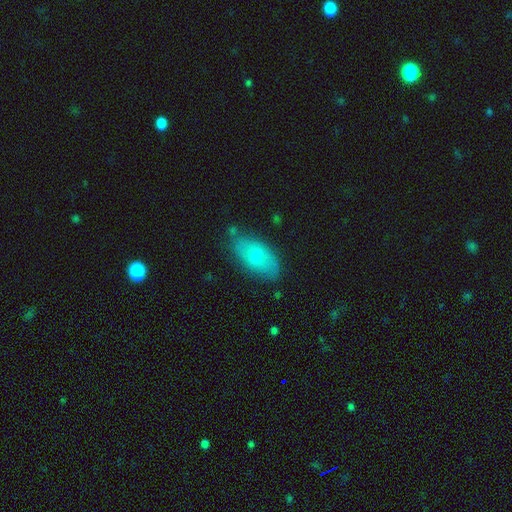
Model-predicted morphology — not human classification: Smooth or featured: smooth — 62% (featured or disk — 30%)
How rounded: in between — 90% (round — 6%)
Merging: none — 74% (minor disturbance — 19%)